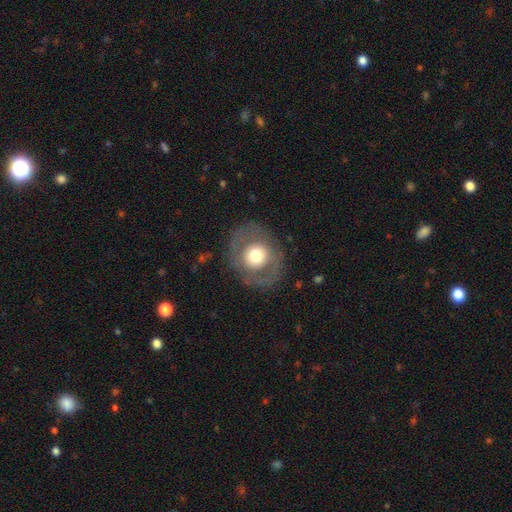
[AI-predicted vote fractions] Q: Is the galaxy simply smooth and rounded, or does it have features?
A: smooth — 54%.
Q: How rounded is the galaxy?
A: round — 76%.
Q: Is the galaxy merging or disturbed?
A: none — 78%.